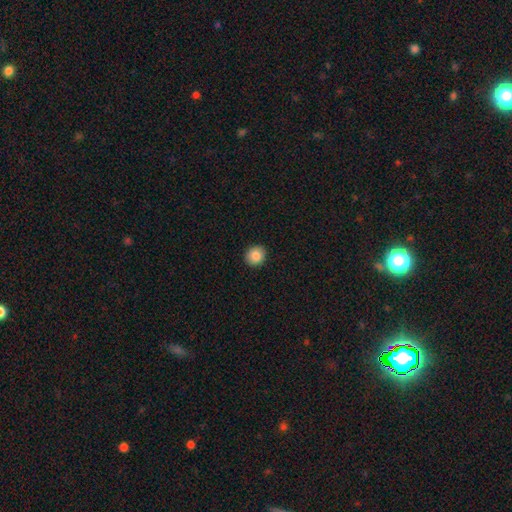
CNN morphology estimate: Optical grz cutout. It shows a smooth galaxy with no disk features (86%) that is round (89%). Merging: none (92%).